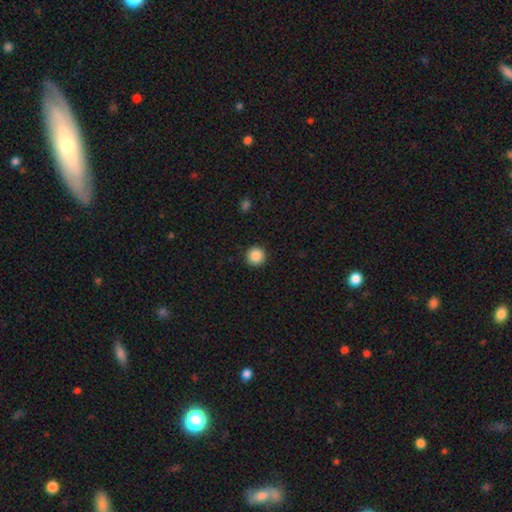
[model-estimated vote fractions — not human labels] Morphology: type=smooth (87%); roundness=round (96%); merging=none (93%).